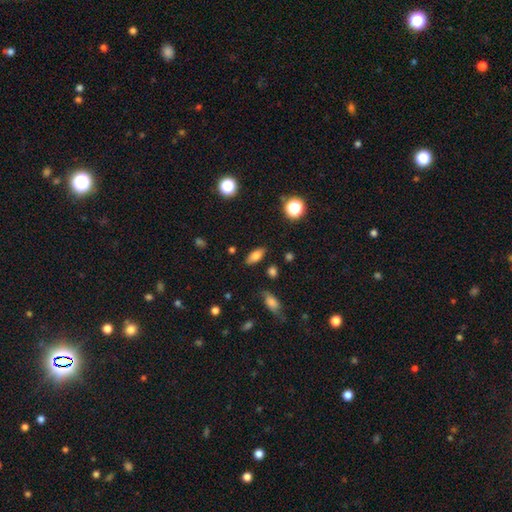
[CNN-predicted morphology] smooth_or_featured: smooth (p=0.75) [alt: featured or disk p=0.15]
how_rounded: in between (p=0.84) [alt: cigar-shaped p=0.11]
merging: none (p=0.83) [alt: minor disturbance p=0.12]